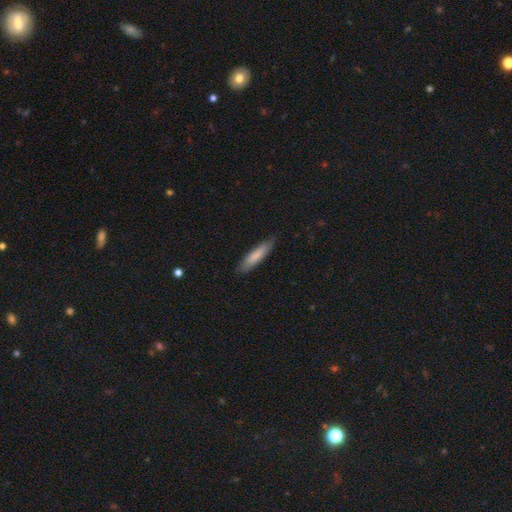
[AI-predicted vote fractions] Q: Smooth or featured?
A: smooth (79%); runner-up: featured or disk (16%)
Q: How rounded?
A: cigar-shaped (82%); runner-up: in between (17%)
Q: Merging?
A: none (82%); runner-up: minor disturbance (14%)